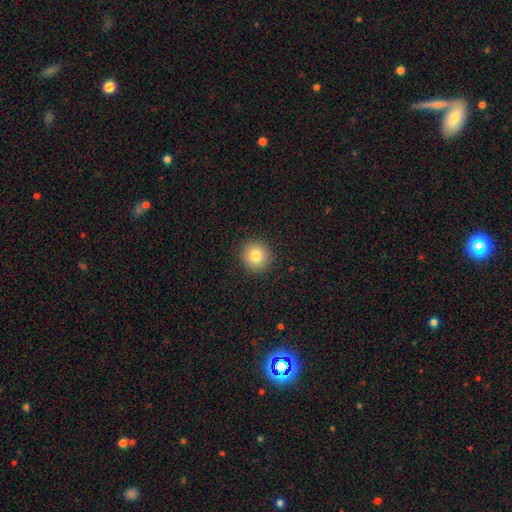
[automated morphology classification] smooth-or-featured: smooth: 80% | star or artifact: 11% | featured or disk: 9%
  how-rounded: round: 94% | in between: 5% | cigar-shaped: 1%
  merging: none: 92% | minor disturbance: 5% | major disturbance: 2% | merger: 1%